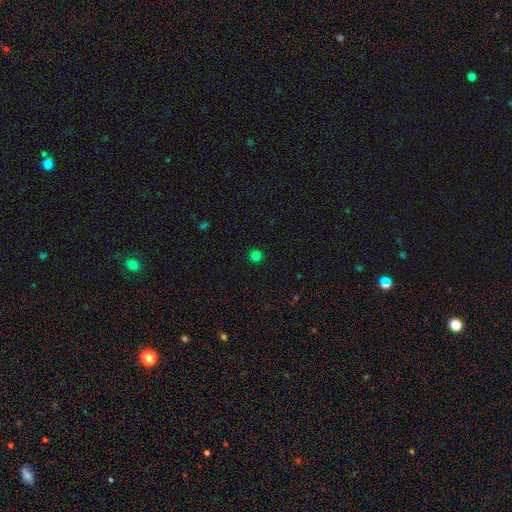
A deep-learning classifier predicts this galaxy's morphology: type=smooth (80%); roundness=round (94%); merging=none (92%).